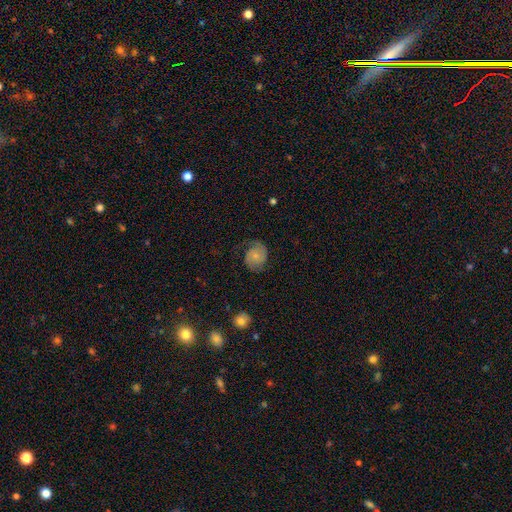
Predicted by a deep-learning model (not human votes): A featured or disk galaxy (63%) with no bar (71%), 2 (76%) medium (43%) spiral arms (93%) and a small central bulge (63%).

Vote fractions:
- Smooth or featured? featured or disk: 63% / smooth: 29% / star or artifact: 8%
- Edge-on disk? no: 98% / yes: 2%
- Bar? no: 71% / weak: 25% / strong: 4%
- Spiral arms? yes: 93% / no: 7%
- Spiral winding? medium: 43% / tight: 35% / loose: 21%
- Spiral arm count? 2: 76% / 1: 11% / can't tell: 8% / 3: 2% / 4: 1% / more than 4: 1%
- Bulge size? small: 63% / moderate: 23% / none: 11% / large: 2% / dominant: 1%
- Merging? none: 66% / minor disturbance: 20% / major disturbance: 13% / merger: 1%